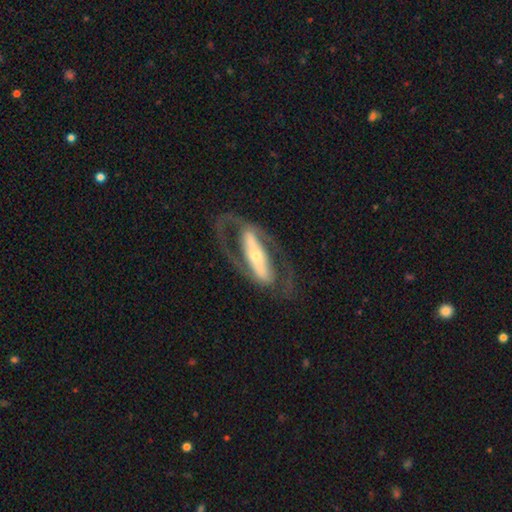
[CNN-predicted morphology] smooth_or_featured: featured or disk (p=0.83) [alt: smooth p=0.13]
disk_edge_on: no (p=0.85) [alt: yes p=0.15]
bar: strong (p=0.66) [alt: no p=0.19]
has_spiral_arms: yes (p=0.73) [alt: no p=0.27]
spiral_winding: medium (p=0.47) [alt: tight p=0.31]
spiral_arm_count: 2 (p=0.84) [alt: can't tell p=0.09]
bulge_size: small (p=0.52) [alt: moderate p=0.38]
merging: none (p=0.65) [alt: major disturbance p=0.19]